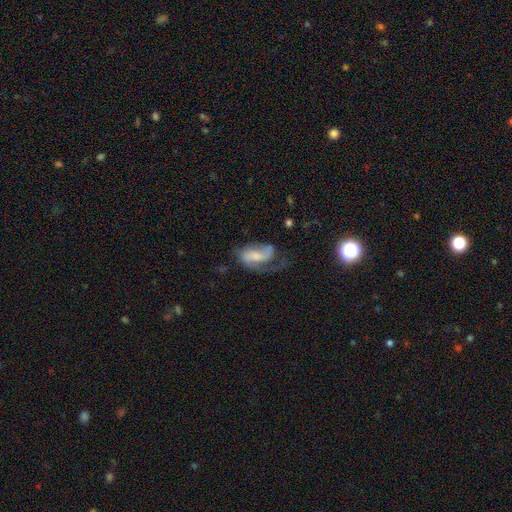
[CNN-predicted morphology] Smooth or featured? Predicted: featured or disk (p=0.62). Edge-on disk? Predicted: no (p=0.96). Bar? Predicted: no (p=0.49). Spiral arms? Predicted: yes (p=0.85). Spiral winding? Predicted: loose (p=0.45). Spiral arm count? Predicted: 2 (p=0.53). Bulge size? Predicted: small (p=0.36). Merging? Predicted: major disturbance (p=0.38).